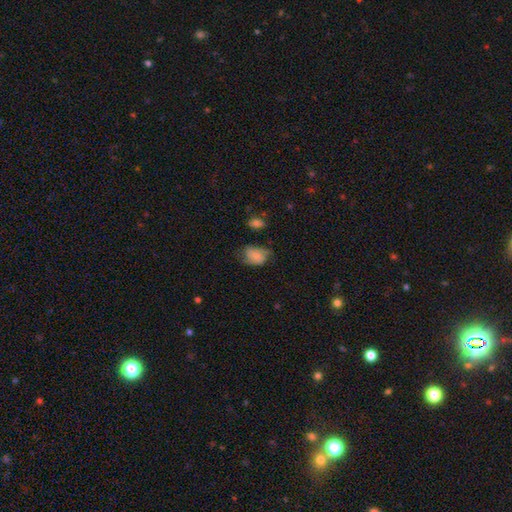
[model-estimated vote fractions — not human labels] Q: Smooth or featured?
A: smooth (68%); runner-up: featured or disk (23%)
Q: How rounded?
A: in between (77%); runner-up: round (22%)
Q: Merging?
A: none (45%); runner-up: minor disturbance (35%)